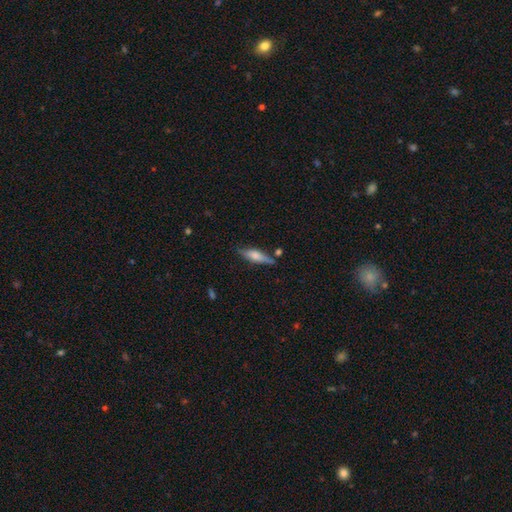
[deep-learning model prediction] This is possibly a smooth galaxy (49%). Merging: likely none (74%).